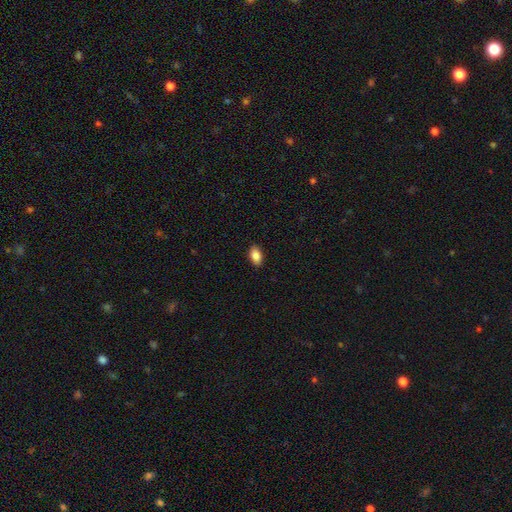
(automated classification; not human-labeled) Smooth or featured: smooth — 86% (star or artifact — 8%)
How rounded: in between — 90% (round — 7%)
Merging: none — 89% (minor disturbance — 8%)